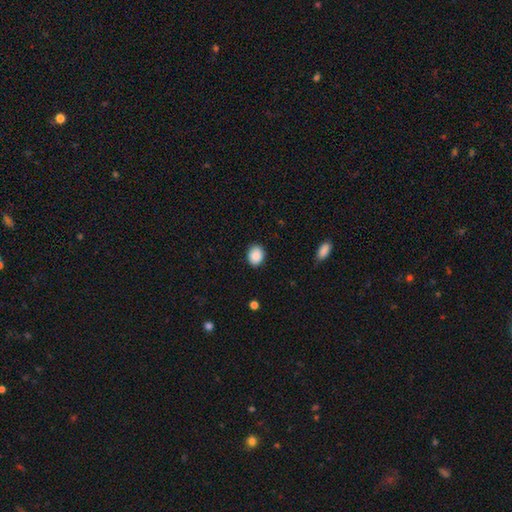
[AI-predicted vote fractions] This is clearly a smooth galaxy (89%). How rounded: possibly in between (52%). Merging: clearly none (87%).